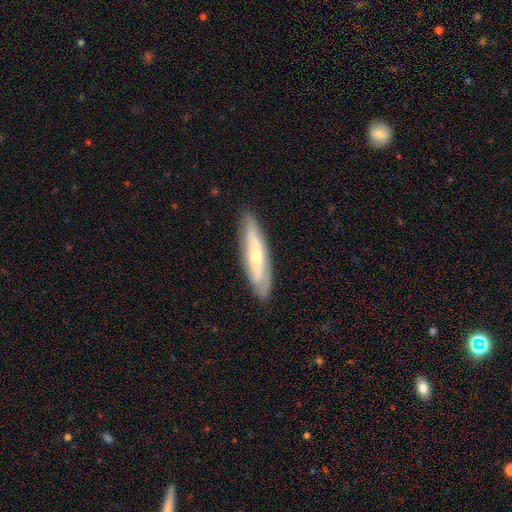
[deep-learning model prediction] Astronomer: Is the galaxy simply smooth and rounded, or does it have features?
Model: featured or disk — 60%.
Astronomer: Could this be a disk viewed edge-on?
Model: no — 55% (runner-up: yes, 45%).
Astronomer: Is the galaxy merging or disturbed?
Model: none — 84%.